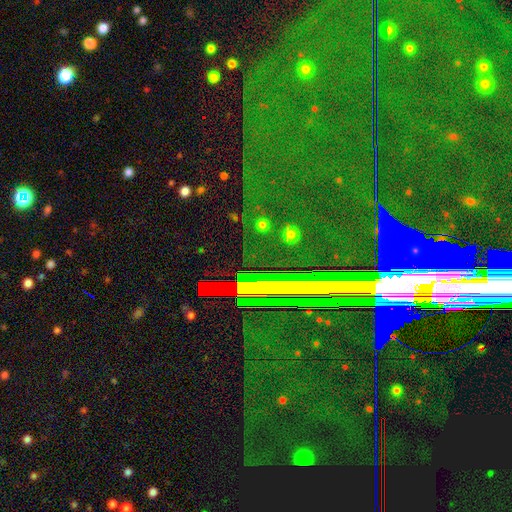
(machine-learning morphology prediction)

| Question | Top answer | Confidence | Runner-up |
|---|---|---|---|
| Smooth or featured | star or artifact | 78% | featured or disk (13%) |